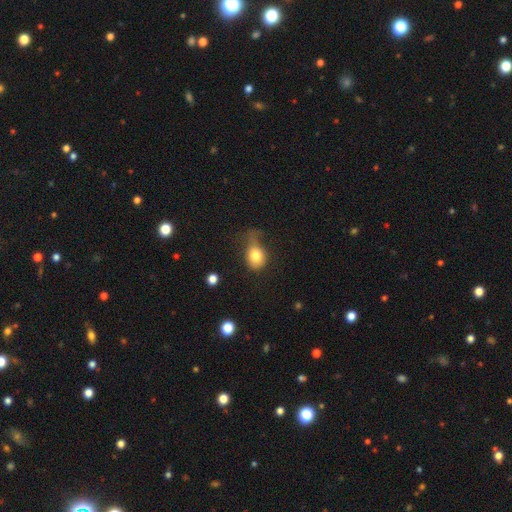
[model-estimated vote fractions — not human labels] smooth-or-featured: smooth: 78% | featured or disk: 12% | star or artifact: 10%
  how-rounded: round: 52% | in between: 47% | cigar-shaped: 1%
  merging: major disturbance: 33% | minor disturbance: 32% | none: 30% | merger: 4%